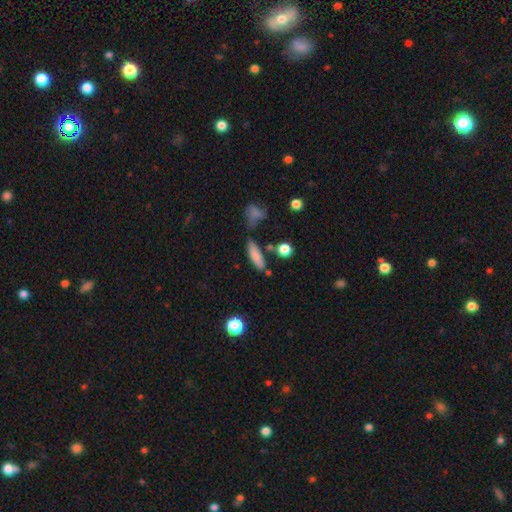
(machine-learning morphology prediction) A smooth galaxy with no disk features (78%) that is in between round and cigar-shaped (48%, tied with cigar-shaped).

Vote fractions:
- Smooth or featured? smooth: 78% / featured or disk: 13% / star or artifact: 9%
- How rounded? in between: 48% (tied) / cigar-shaped: 48% (tied) / round: 4%
- Merging? none: 66% / minor disturbance: 17% / merger: 12% / major disturbance: 5%